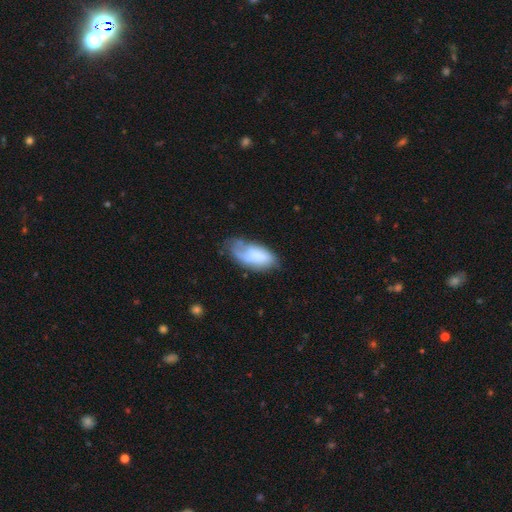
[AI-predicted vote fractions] The model was most divided on "merging": none: 40%, minor disturbance: 34%, major disturbance: 22%, merger: 4%. More confident: how rounded — in between (92%); smooth or featured — smooth (61%).